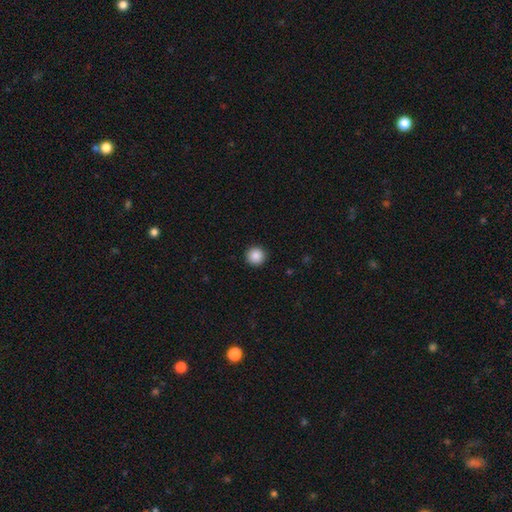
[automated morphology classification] smooth-or-featured: smooth: 88% | star or artifact: 9% | featured or disk: 3%
  how-rounded: round: 96% | in between: 3% | cigar-shaped: 1%
  merging: none: 93% | minor disturbance: 4% | major disturbance: 2% | merger: 1%